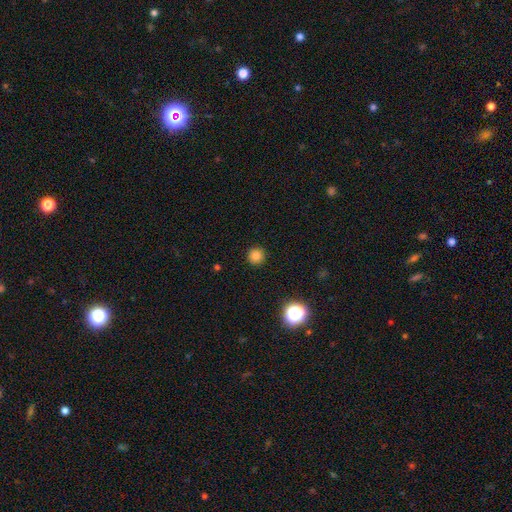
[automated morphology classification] This appears to be a smooth galaxy with no disk features (81%) that is round (95%). Merging: none (92%).